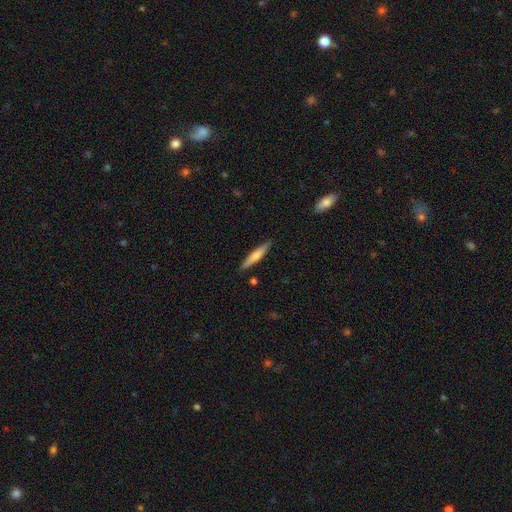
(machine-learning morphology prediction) This is possibly a smooth galaxy (59%). How rounded: clearly cigar-shaped (90%). Merging: clearly none (88%).